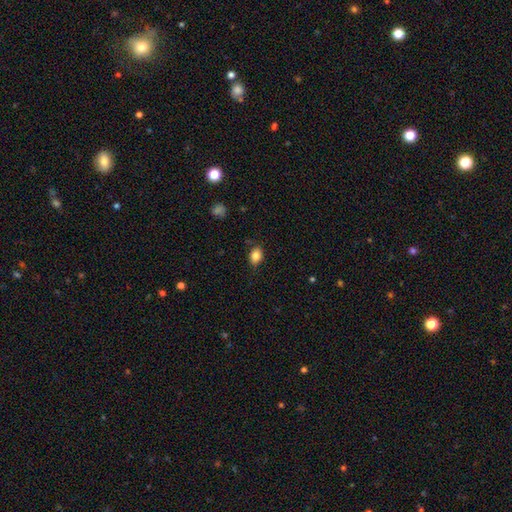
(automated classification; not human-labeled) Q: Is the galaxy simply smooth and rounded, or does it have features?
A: smooth — 84%.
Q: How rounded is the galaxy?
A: in between — 68%.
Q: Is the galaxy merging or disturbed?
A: none — 80%.